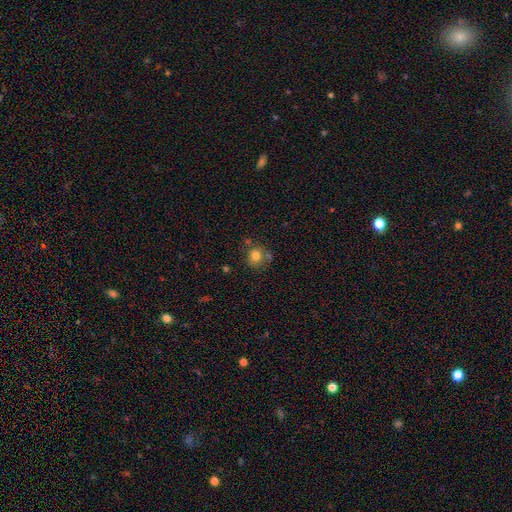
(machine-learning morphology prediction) smooth-or-featured: smooth: 78% | star or artifact: 12% | featured or disk: 10%
  how-rounded: round: 86% | in between: 13% | cigar-shaped: 1%
  merging: none: 66% | minor disturbance: 16% | merger: 12% | major disturbance: 5%